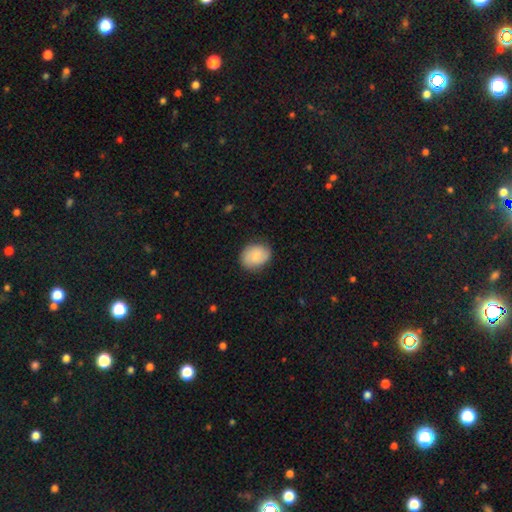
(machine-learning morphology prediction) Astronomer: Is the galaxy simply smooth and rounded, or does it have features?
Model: smooth — 74%.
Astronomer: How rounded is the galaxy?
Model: in between — 53% (runner-up: round, 46%).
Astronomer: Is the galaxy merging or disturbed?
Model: none — 81%.